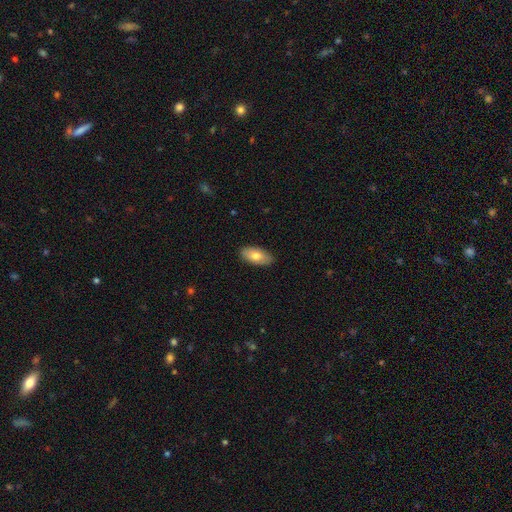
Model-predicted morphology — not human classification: Overall: smooth (76%). How rounded: in between (92%). Merging: none (88%).